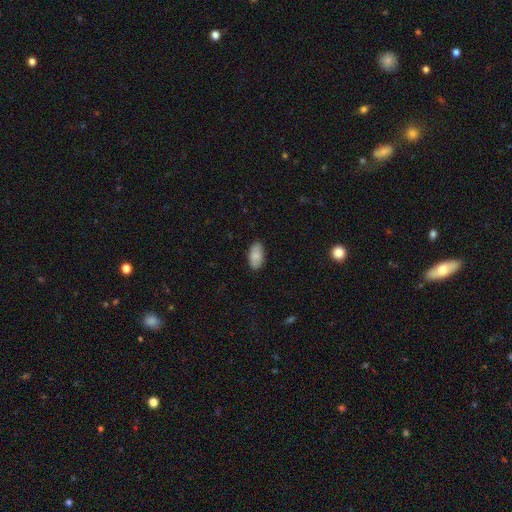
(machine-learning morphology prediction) smooth_or_featured: smooth (p=0.86) [alt: featured or disk p=0.08]
how_rounded: in between (p=0.95) [alt: cigar-shaped p=0.03]
merging: none (p=0.88) [alt: minor disturbance p=0.10]